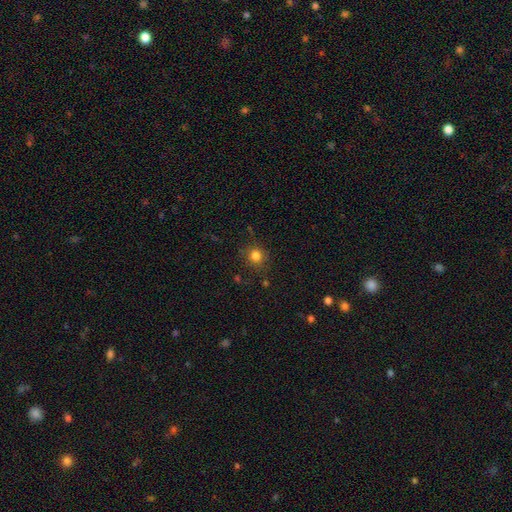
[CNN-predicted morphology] Smooth or featured: smooth — 80% (star or artifact — 14%)
How rounded: round — 86% (in between — 13%)
Merging: none — 81% (minor disturbance — 12%)